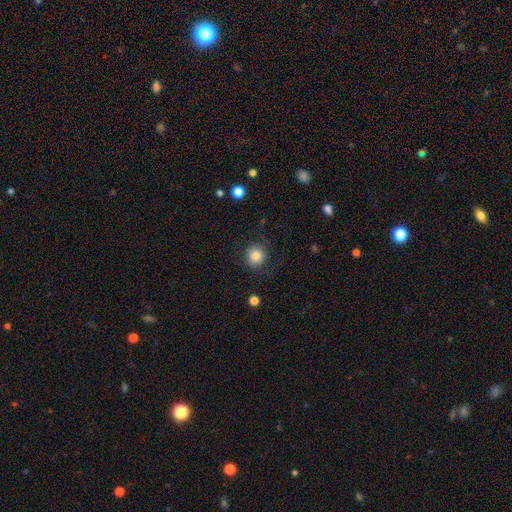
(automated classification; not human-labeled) A smooth galaxy with no disk features (84%) that is round (91%).

Vote fractions:
- Smooth or featured? smooth: 84% / star or artifact: 10% / featured or disk: 5%
- How rounded? round: 91% / in between: 8% / cigar-shaped: 1%
- Merging? none: 83% / minor disturbance: 12% / major disturbance: 4% / merger: 1%